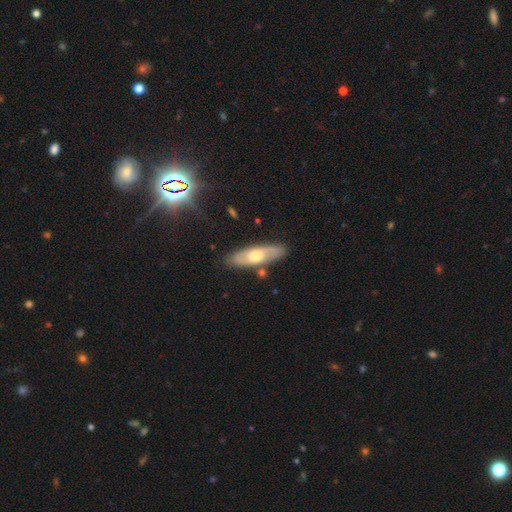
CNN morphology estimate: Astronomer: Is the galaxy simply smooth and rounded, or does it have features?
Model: featured or disk — 49% (runner-up: smooth, 46%).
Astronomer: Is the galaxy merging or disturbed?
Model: none — 82%.